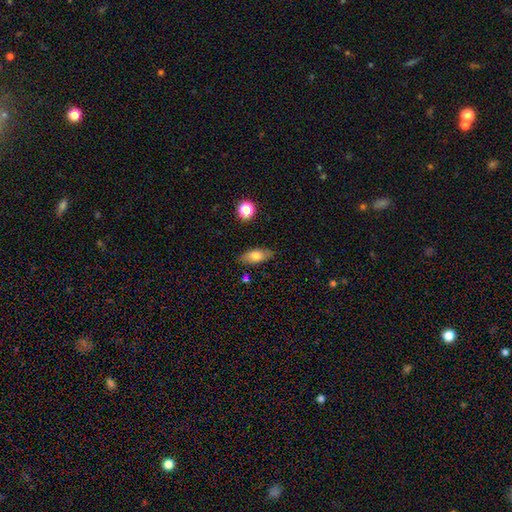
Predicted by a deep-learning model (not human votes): Morphology: type=smooth (74%); roundness=in between (81%); merging=none (82%).